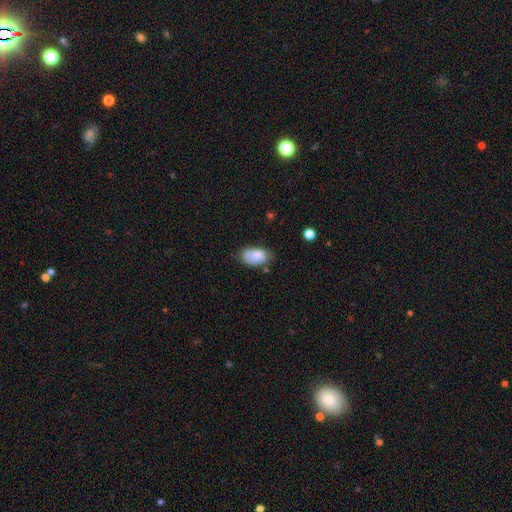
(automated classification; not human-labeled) This is likely a smooth galaxy (79%). How rounded: clearly in between (93%). Merging: likely none (61%).